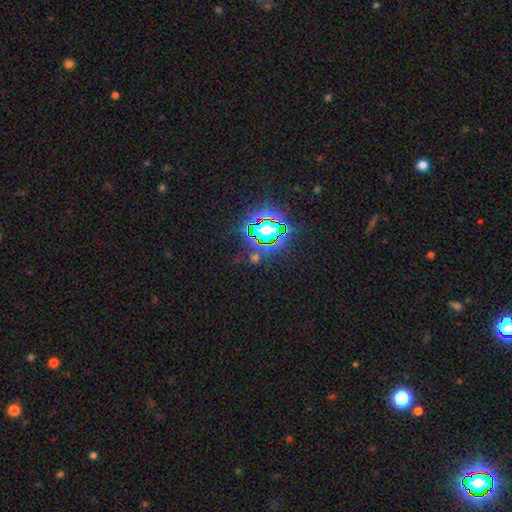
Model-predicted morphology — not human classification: Q: Smooth or featured?
A: star or artifact (77%); runner-up: smooth (14%)